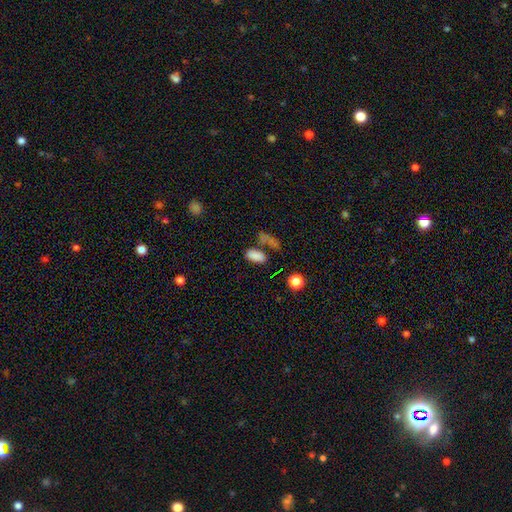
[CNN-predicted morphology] Overall: smooth (81%). How rounded: in between (88%). Merging: none (59%; merger 20%).